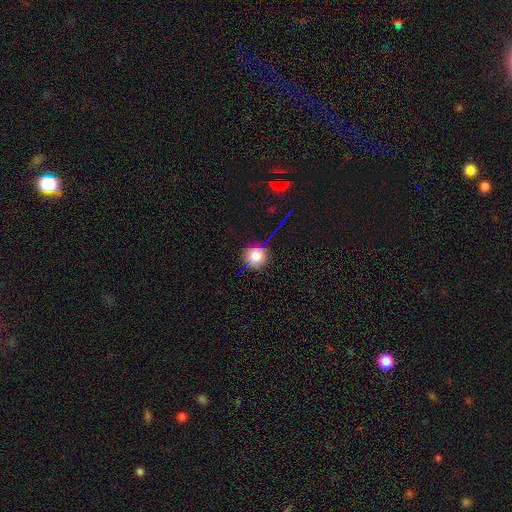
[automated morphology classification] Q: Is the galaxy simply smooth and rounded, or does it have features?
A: smooth — 72%.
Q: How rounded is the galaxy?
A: round — 93%.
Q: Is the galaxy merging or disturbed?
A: none — 85%.